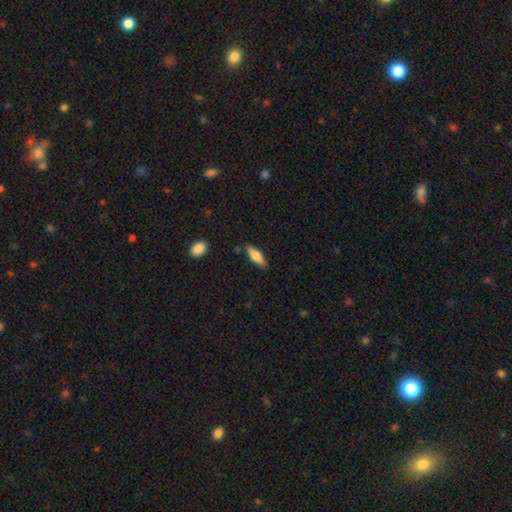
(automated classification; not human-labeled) Morphology: type=smooth (66%); roundness=in between (55%); merging=none (82%).